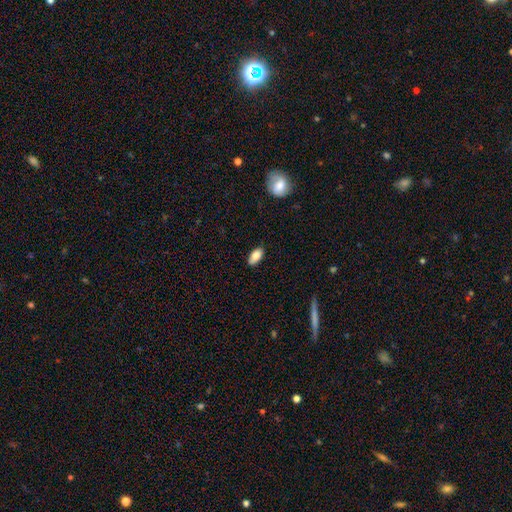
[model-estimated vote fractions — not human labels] This appears to be a smooth galaxy with no disk features (84%) that is in between round and cigar-shaped (90%). Merging: none (83%).